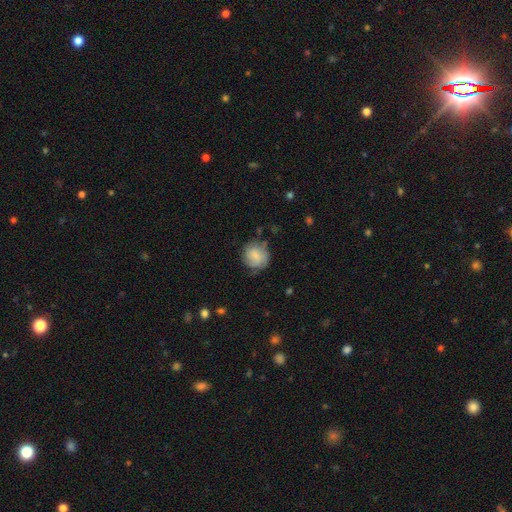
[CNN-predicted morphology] A smooth galaxy with no disk features (73%) that is round (84%).

Vote fractions:
- Smooth or featured? smooth: 73% / featured or disk: 20% / star or artifact: 7%
- How rounded? round: 84% / in between: 15% / cigar-shaped: 1%
- Merging? none: 68% / minor disturbance: 23% / major disturbance: 7% / merger: 2%